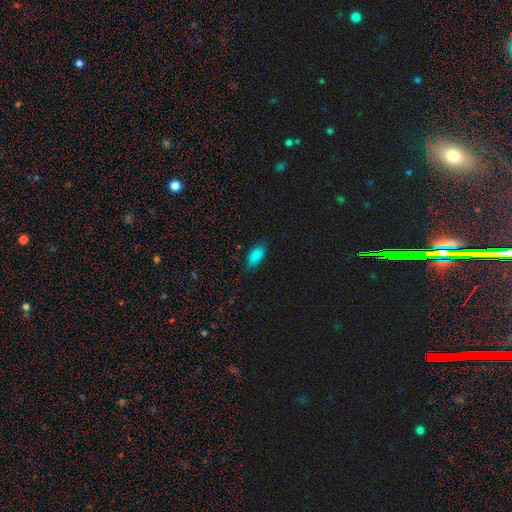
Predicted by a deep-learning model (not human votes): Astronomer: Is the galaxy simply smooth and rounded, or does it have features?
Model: smooth — 86%.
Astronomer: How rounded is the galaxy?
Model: in between — 91%.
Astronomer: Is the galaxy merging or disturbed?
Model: none — 82%.